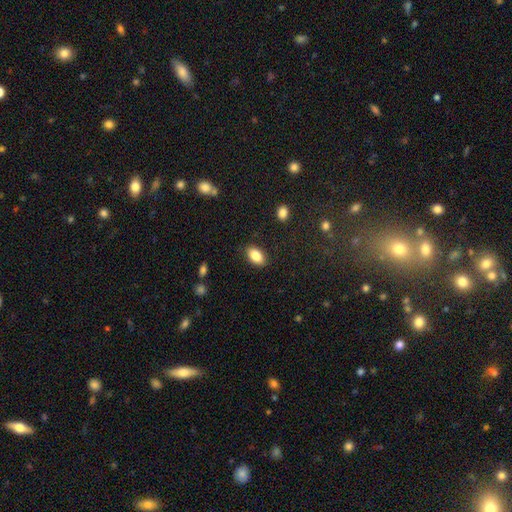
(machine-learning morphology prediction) A smooth galaxy with no disk features (86%) that is in between round and cigar-shaped (92%).

Vote fractions:
- Smooth or featured? smooth: 86% / star or artifact: 7% / featured or disk: 7%
- How rounded? in between: 92% / round: 6% / cigar-shaped: 2%
- Merging? none: 87% / minor disturbance: 10% / major disturbance: 2% / merger: 1%